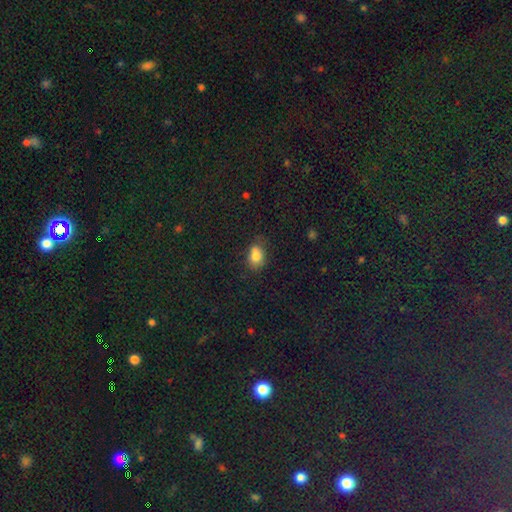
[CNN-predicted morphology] A smooth galaxy with no disk features (81%) that is in between round and cigar-shaped (68%). Merging: none (57%).